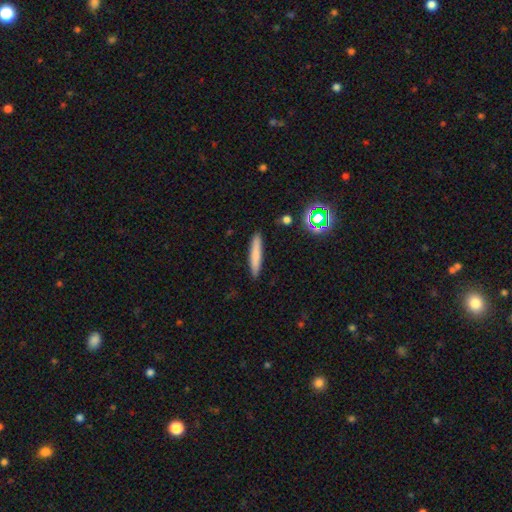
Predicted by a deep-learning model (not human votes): smooth_or_featured: smooth (p=0.75) [alt: featured or disk p=0.17]
how_rounded: cigar-shaped (p=0.91) [alt: in between p=0.08]
merging: none (p=0.89) [alt: minor disturbance p=0.07]